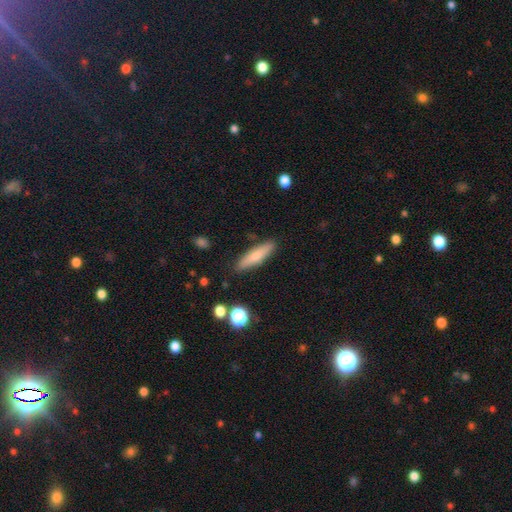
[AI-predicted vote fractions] Morphology: type=smooth (69%); roundness=cigar-shaped (78%); merging=none (86%).